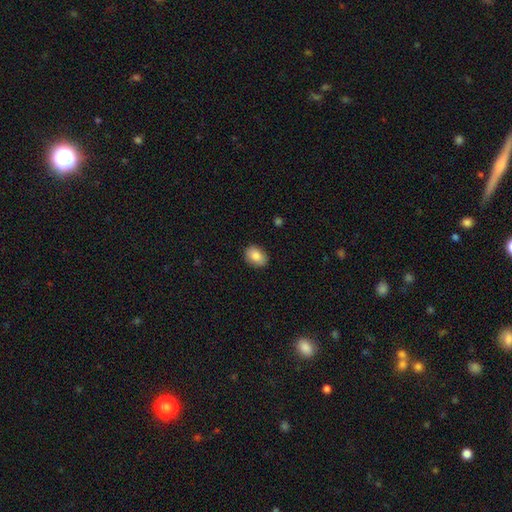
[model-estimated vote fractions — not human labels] Smooth or featured?
  - smooth: 85% *
  - featured or disk: 8%
  - star or artifact: 7%
How rounded?
  - in between: 78% *
  - round: 21%
  - cigar-shaped: 1%
Merging?
  - none: 87% *
  - minor disturbance: 10%
  - major disturbance: 2%
  - merger: 1%